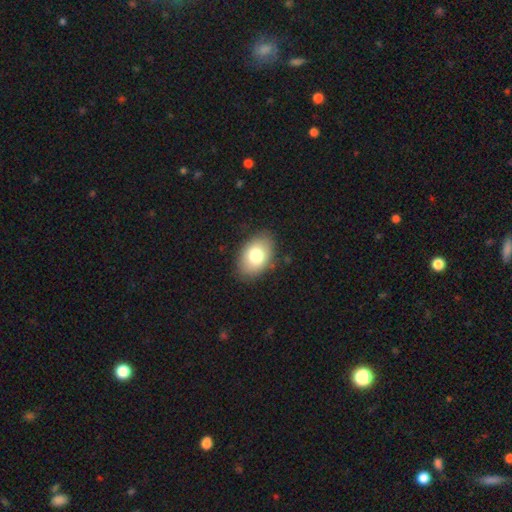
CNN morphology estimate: Q: Smooth or featured?
A: smooth (77%); runner-up: featured or disk (15%)
Q: How rounded?
A: in between (85%); runner-up: round (14%)
Q: Merging?
A: none (84%); runner-up: minor disturbance (12%)